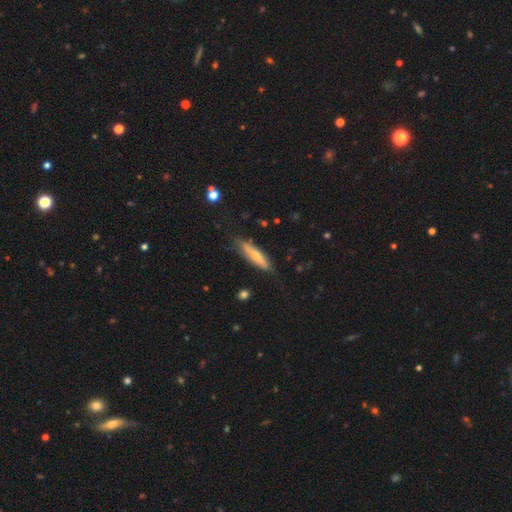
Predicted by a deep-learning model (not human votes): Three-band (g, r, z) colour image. It shows a smooth galaxy with no disk features (53%) that is cigar-shaped (74%). Merging: none (77%).